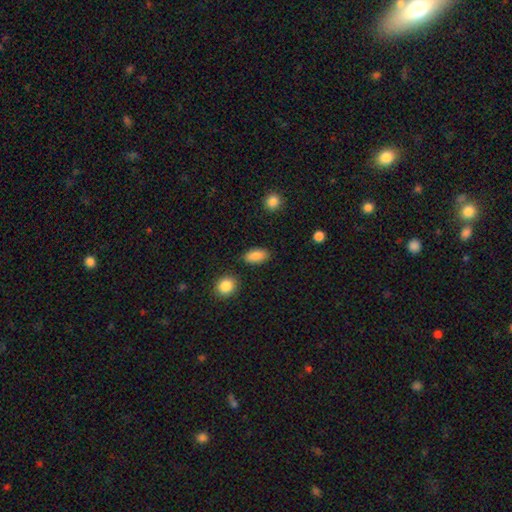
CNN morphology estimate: Smooth or featured: smooth — 88% (star or artifact — 7%)
How rounded: in between — 91% (cigar-shaped — 5%)
Merging: none — 85% (minor disturbance — 10%)